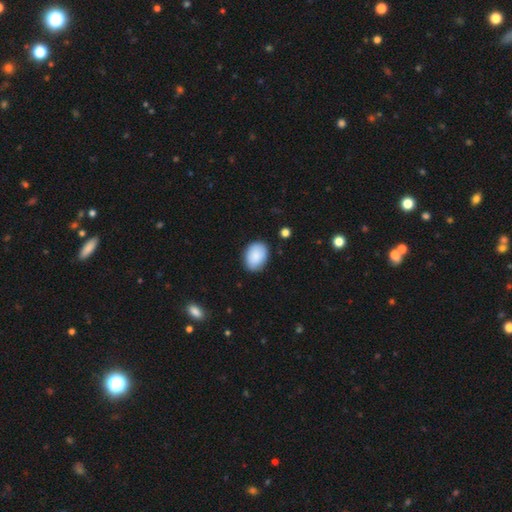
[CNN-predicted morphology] smooth_or_featured: smooth (p=0.89) [alt: star or artifact p=0.06]
how_rounded: in between (p=0.75) [alt: round p=0.24]
merging: none (p=0.85) [alt: minor disturbance p=0.11]